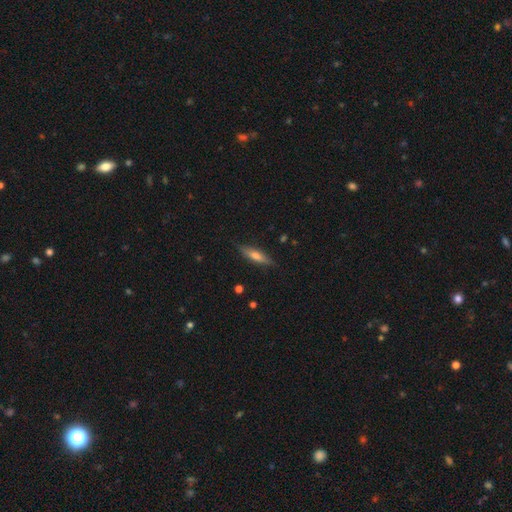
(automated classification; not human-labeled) Overall: smooth (54%; featured or disk 39%). How rounded: cigar-shaped (69%; in between 29%). Merging: none (85%).